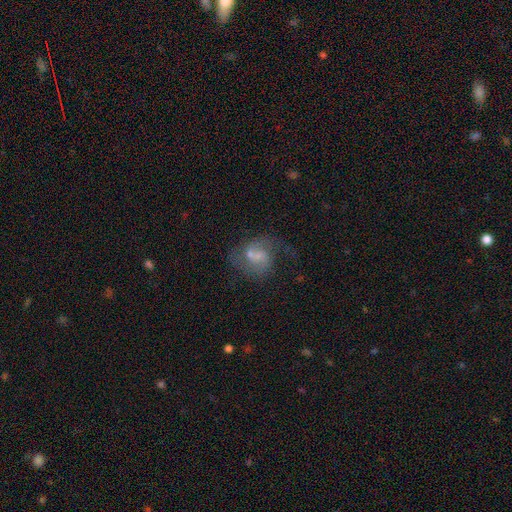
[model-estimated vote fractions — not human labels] featured or disk 68%, smooth 24%, star or artifact 9%. Down the decision tree: edge-on disk — no (98%); bar — no (46%); spiral arms — yes (86%); spiral arm count — 2 (79%); spiral winding — medium (48%); bulge size — small (45%); merging — none (41%).